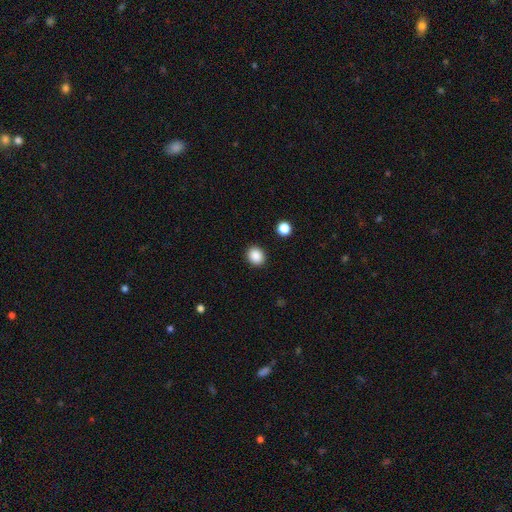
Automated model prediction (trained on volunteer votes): A smooth galaxy with no disk features (88%) that is round (70%).

Vote fractions:
- Smooth or featured? smooth: 88% / star or artifact: 9% / featured or disk: 3%
- How rounded? round: 70% / in between: 29% / cigar-shaped: 1%
- Merging? none: 90% / minor disturbance: 6% / major disturbance: 2% / merger: 1%